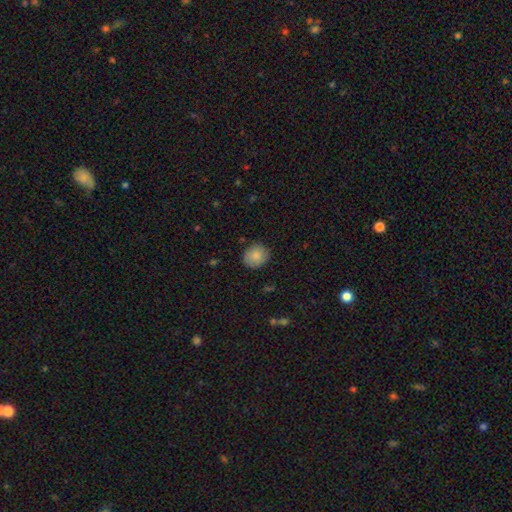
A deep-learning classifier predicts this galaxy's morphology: Smooth or featured: smooth — 86% (star or artifact — 7%)
How rounded: round — 78% (in between — 21%)
Merging: none — 85% (minor disturbance — 11%)